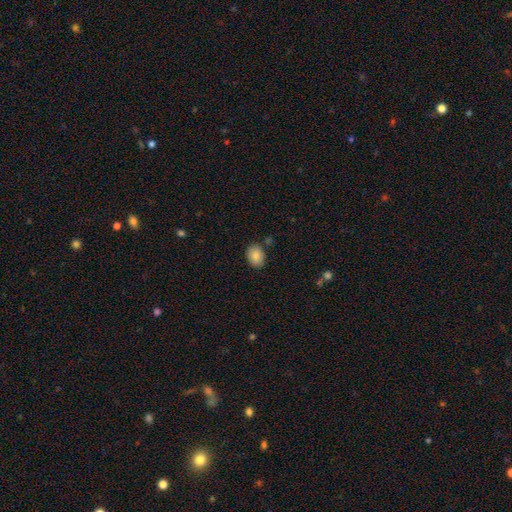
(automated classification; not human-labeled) smooth-or-featured: smooth: 87% | star or artifact: 7% | featured or disk: 6%
  how-rounded: in between: 73% | round: 26% | cigar-shaped: 1%
  merging: none: 82% | minor disturbance: 12% | merger: 4% | major disturbance: 2%